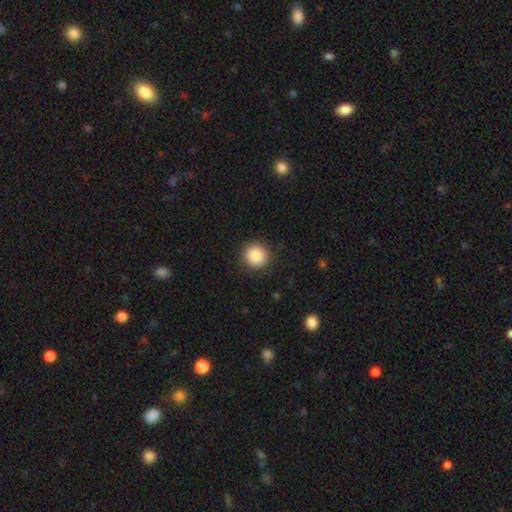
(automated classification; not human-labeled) smooth 88%, star or artifact 8%, featured or disk 3%. Down the decision tree: how rounded — round (94%); merging — none (91%).